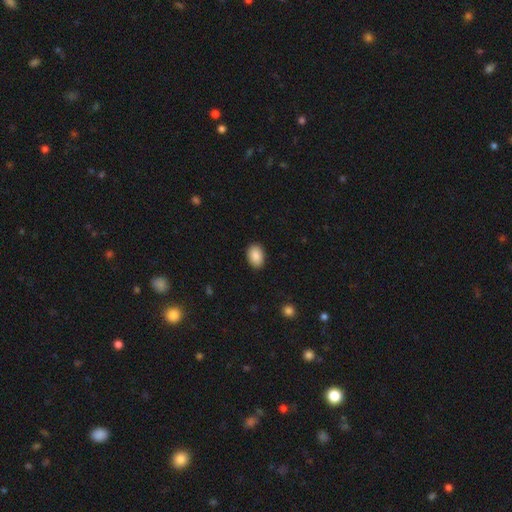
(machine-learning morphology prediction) A smooth galaxy with no disk features (89%) that is in between round and cigar-shaped (83%).

Vote fractions:
- Smooth or featured? smooth: 89% / star or artifact: 7% / featured or disk: 4%
- How rounded? in between: 83% / round: 16% / cigar-shaped: 1%
- Merging? none: 89% / minor disturbance: 8% / major disturbance: 2% / merger: 1%